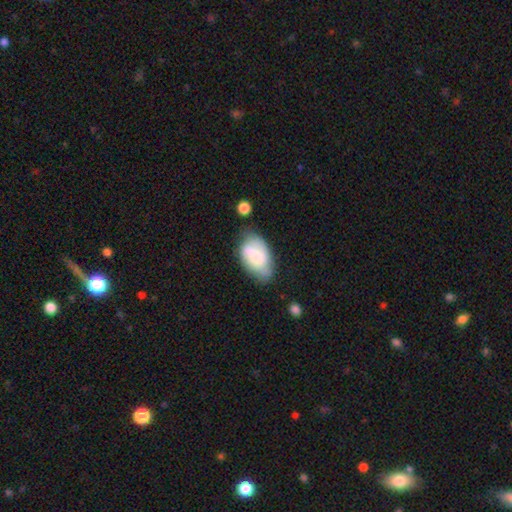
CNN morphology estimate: Smooth or featured? smooth (58%)
How rounded? in between (91%)
Merging? none (51%)